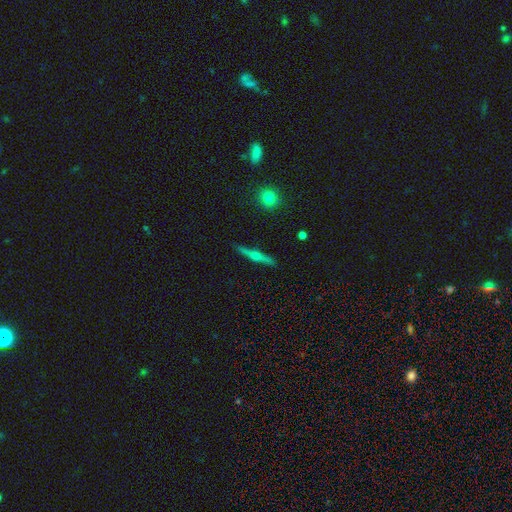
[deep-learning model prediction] Morphology: type=featured or disk (63%); edge-on=yes (97%); edge-on bulge=rounded (77%); merging=none (88%).